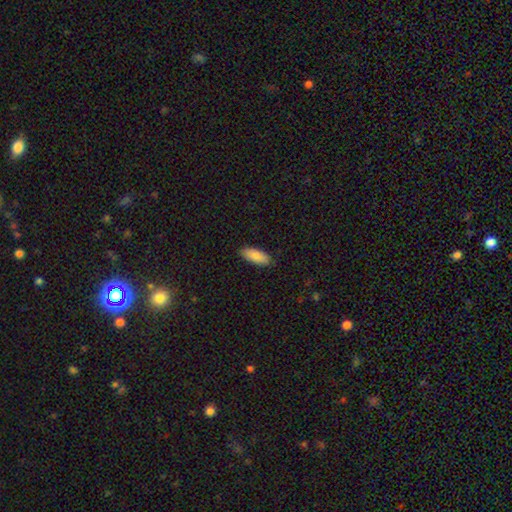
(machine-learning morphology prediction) The model was most divided on "how rounded": in between: 80%, cigar-shaped: 18%, round: 2%. More confident: smooth or featured — smooth (88%); merging — none (86%).